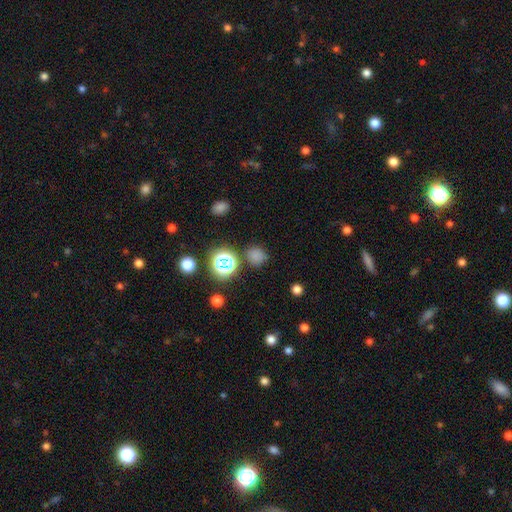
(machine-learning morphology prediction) smooth 70%, star or artifact 24%, featured or disk 6%. Down the decision tree: how rounded — round (84%); merging — none (78%).